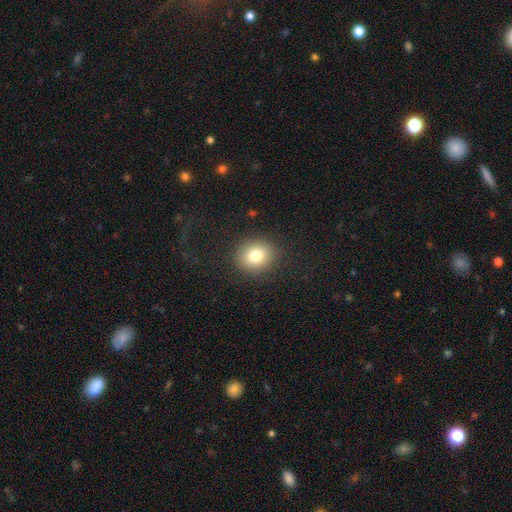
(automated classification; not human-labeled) smooth 79%, star or artifact 11%, featured or disk 9%. Down the decision tree: how rounded — round (75%); merging — none (88%).